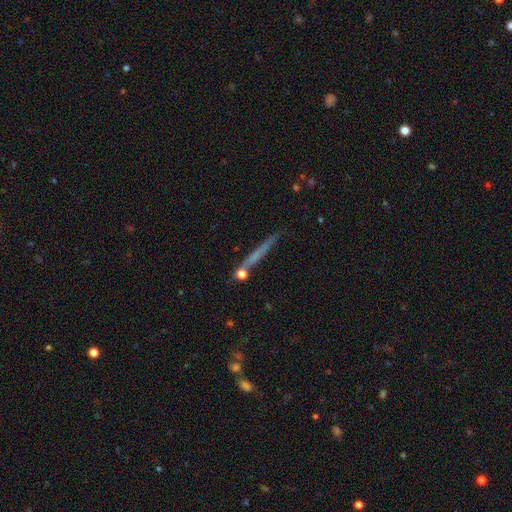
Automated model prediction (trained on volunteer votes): Smooth or featured? Predicted: featured or disk (p=0.46). Merging? Predicted: none (p=0.82).